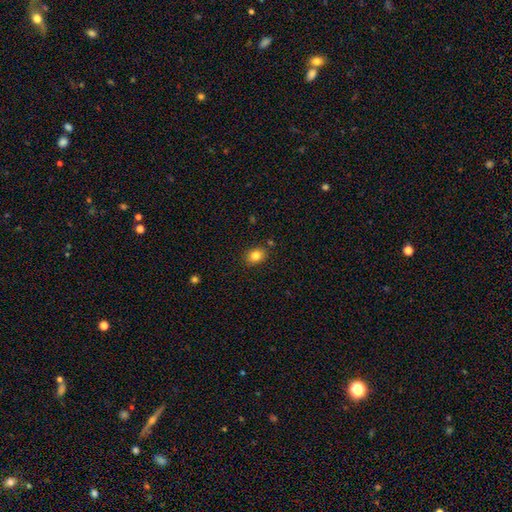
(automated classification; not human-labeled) Overall: smooth (83%). How rounded: in between (55%; round 44%). Merging: none (85%).